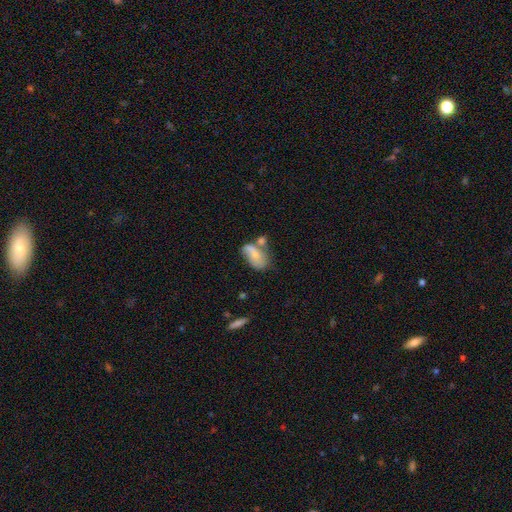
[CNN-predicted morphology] Smooth or featured? Predicted: smooth (p=0.64). How rounded? Predicted: in between (p=0.90). Merging? Predicted: merger (p=0.31).